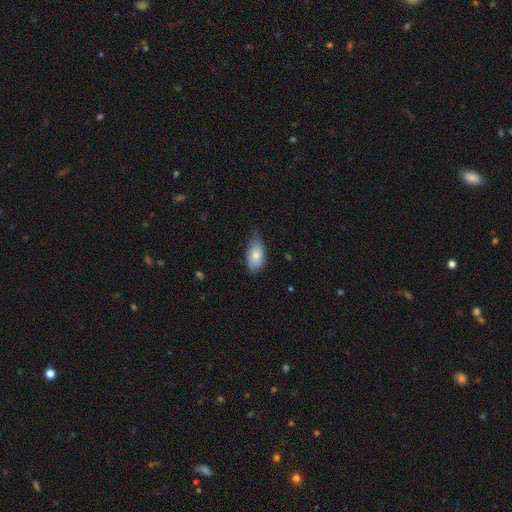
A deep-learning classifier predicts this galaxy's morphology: smooth-or-featured: smooth: 71% | featured or disk: 22% | star or artifact: 7%
  how-rounded: in between: 91% | round: 6% | cigar-shaped: 4%
  merging: none: 52% | minor disturbance: 39% | major disturbance: 8% | merger: 1%